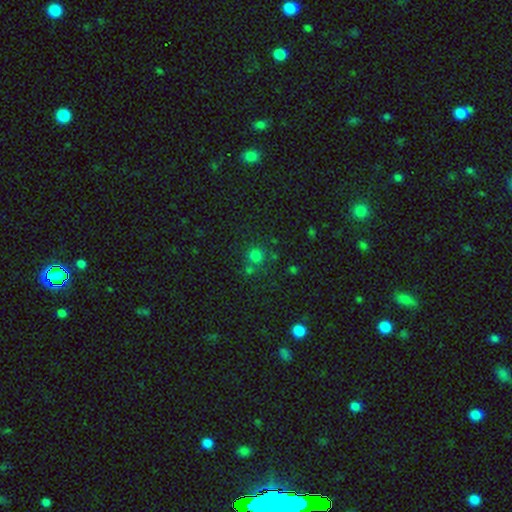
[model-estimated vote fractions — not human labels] This appears to be a smooth galaxy with no disk features (73%) that is round (90%). Merging: none (68%).